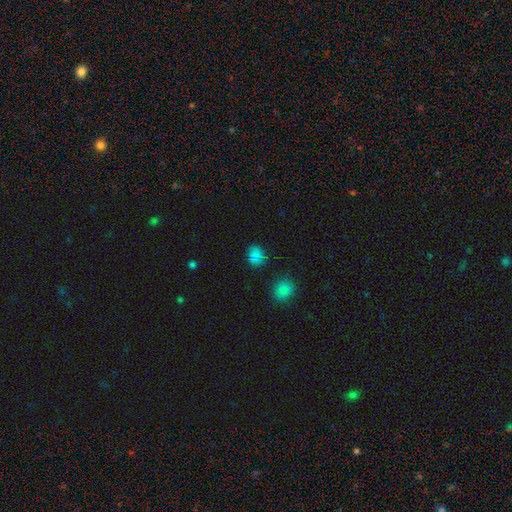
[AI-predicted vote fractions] Q: Smooth or featured?
A: smooth (81%); runner-up: star or artifact (14%)
Q: How rounded?
A: round (62%); runner-up: in between (37%)
Q: Merging?
A: none (77%); runner-up: minor disturbance (16%)